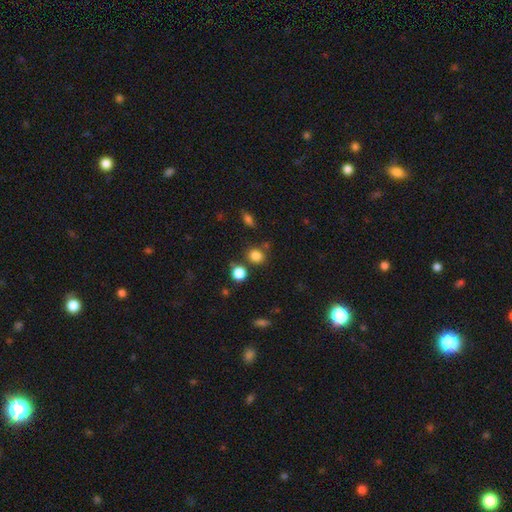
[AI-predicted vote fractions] Smooth or featured?
  - smooth: 81% *
  - star or artifact: 14%
  - featured or disk: 5%
How rounded?
  - round: 78% *
  - in between: 21%
  - cigar-shaped: 1%
Merging?
  - none: 75% *
  - minor disturbance: 11%
  - merger: 10%
  - major disturbance: 4%